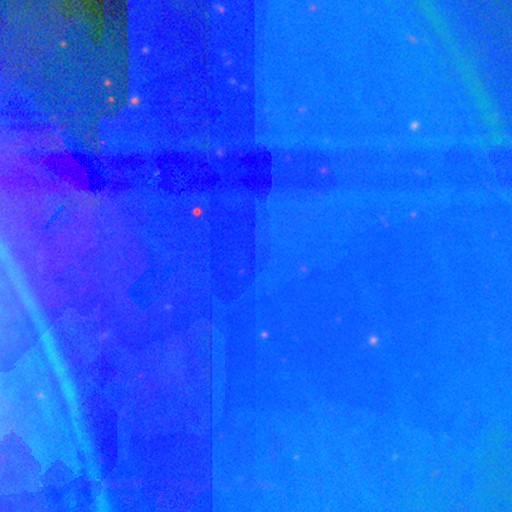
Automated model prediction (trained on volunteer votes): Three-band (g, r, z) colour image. It shows a star or artifact, not a galaxy (85%).